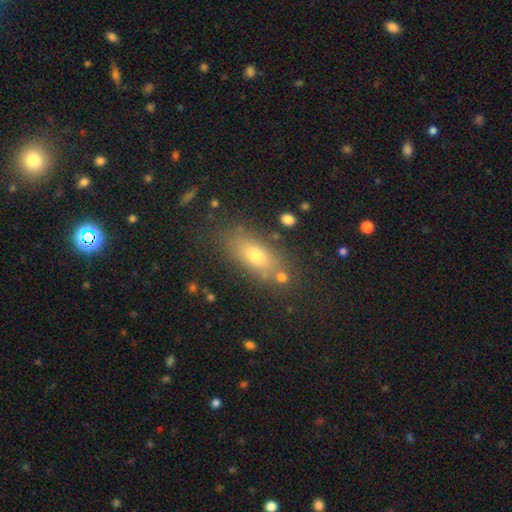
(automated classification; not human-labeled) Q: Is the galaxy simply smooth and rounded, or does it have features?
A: smooth — 72%.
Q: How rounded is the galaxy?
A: in between — 76%.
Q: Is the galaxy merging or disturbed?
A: none — 75%.